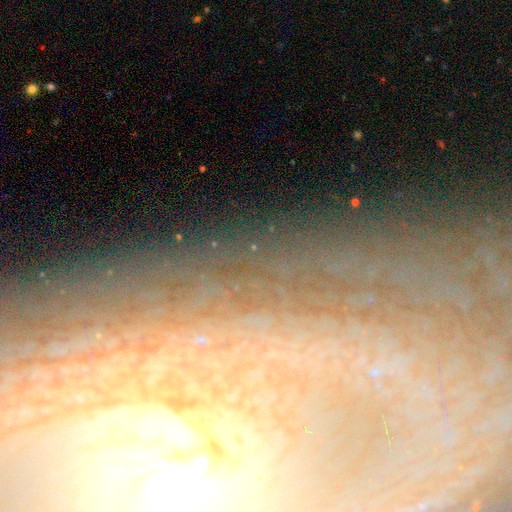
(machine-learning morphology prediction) smooth-or-featured: featured or disk: 60% | star or artifact: 24% | smooth: 16%
  disk-edge-on: no: 83% | yes: 17%
  merging: none: 79% | minor disturbance: 12% | major disturbance: 6% | merger: 4%